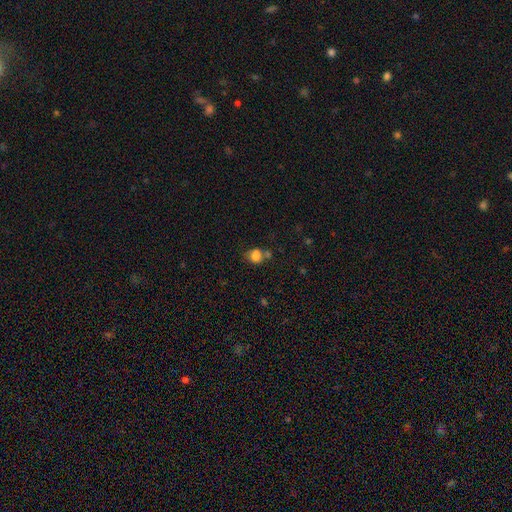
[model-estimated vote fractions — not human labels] Smooth or featured: smooth — 79% (star or artifact — 12%)
How rounded: round — 59% (in between — 40%)
Merging: none — 47% (merger — 27%)